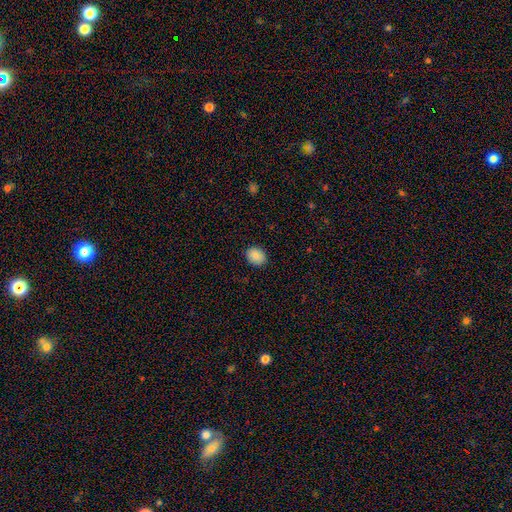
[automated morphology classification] A smooth galaxy with no disk features (88%) that is in between round and cigar-shaped (55%). Merging: none (89%).